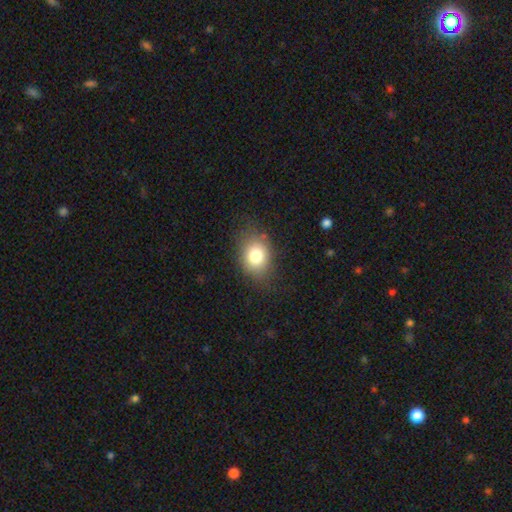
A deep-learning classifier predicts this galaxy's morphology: smooth_or_featured: smooth (p=0.79) [alt: featured or disk p=0.11]
how_rounded: in between (p=0.56) [alt: round p=0.43]
merging: none (p=0.75) [alt: minor disturbance p=0.17]